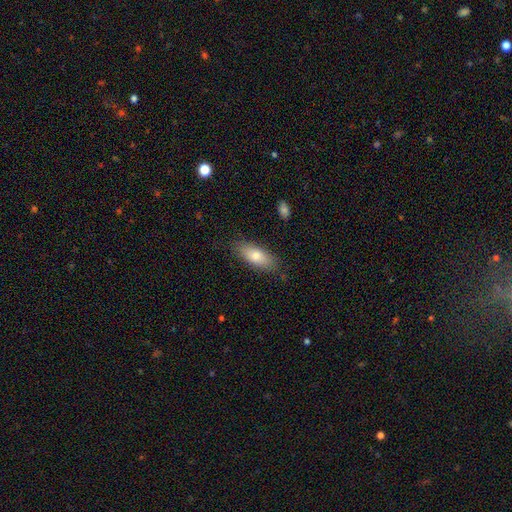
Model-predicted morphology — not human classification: Q: Smooth or featured?
A: smooth (75%); runner-up: featured or disk (18%)
Q: How rounded?
A: in between (74%); runner-up: cigar-shaped (23%)
Q: Merging?
A: none (82%); runner-up: minor disturbance (13%)